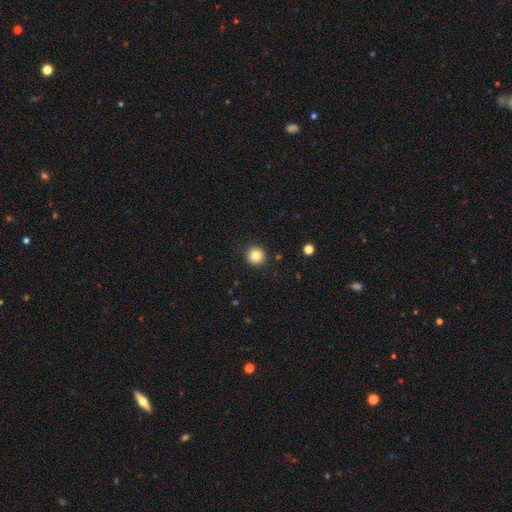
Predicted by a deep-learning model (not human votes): A smooth galaxy with no disk features (83%) that is round (95%).

Vote fractions:
- Smooth or featured? smooth: 83% / star or artifact: 11% / featured or disk: 6%
- How rounded? round: 95% / in between: 4% / cigar-shaped: 1%
- Merging? none: 92% / minor disturbance: 5% / major disturbance: 2% / merger: 1%